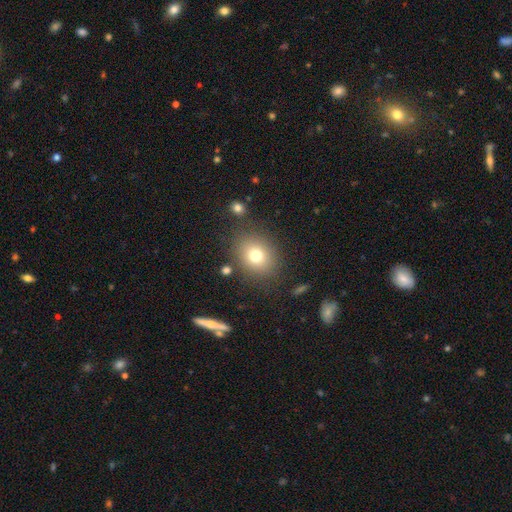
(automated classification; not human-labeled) smooth-or-featured: smooth: 75% | star or artifact: 13% | featured or disk: 12%
  how-rounded: round: 68% | in between: 31% | cigar-shaped: 1%
  merging: none: 82% | minor disturbance: 10% | major disturbance: 4% | merger: 4%